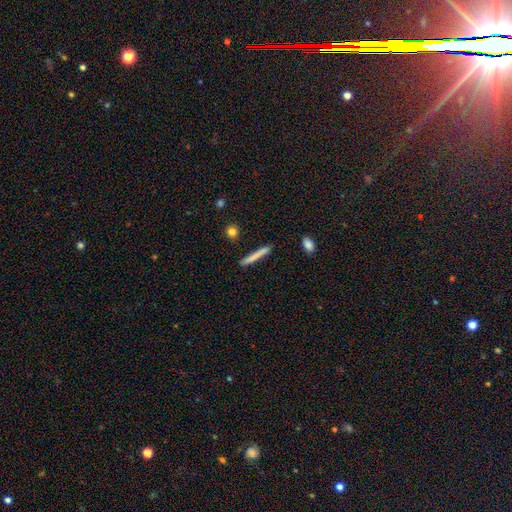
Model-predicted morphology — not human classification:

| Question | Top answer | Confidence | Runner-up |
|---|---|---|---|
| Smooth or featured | smooth | 70% | featured or disk (23%) |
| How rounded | cigar-shaped | 96% | in between (2%) |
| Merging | none | 87% | minor disturbance (9%) |